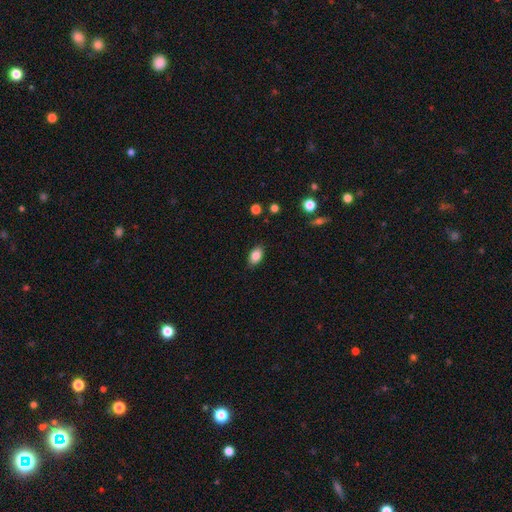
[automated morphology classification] A smooth galaxy with no disk features (85%) that is in between round and cigar-shaped (89%). Merging: none (86%).